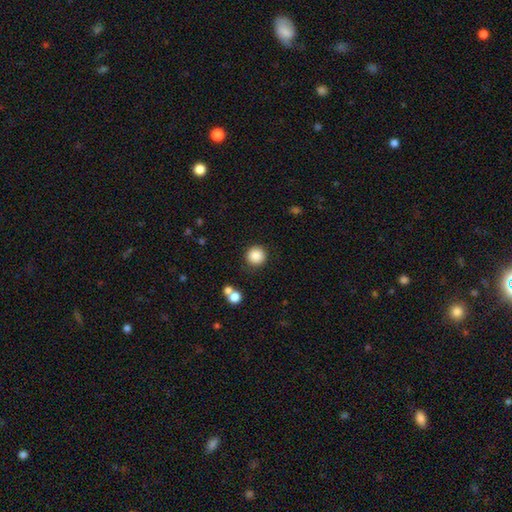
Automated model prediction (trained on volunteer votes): smooth_or_featured: smooth (p=0.87) [alt: star or artifact p=0.10]
how_rounded: round (p=0.95) [alt: in between p=0.04]
merging: none (p=0.88) [alt: minor disturbance p=0.06]